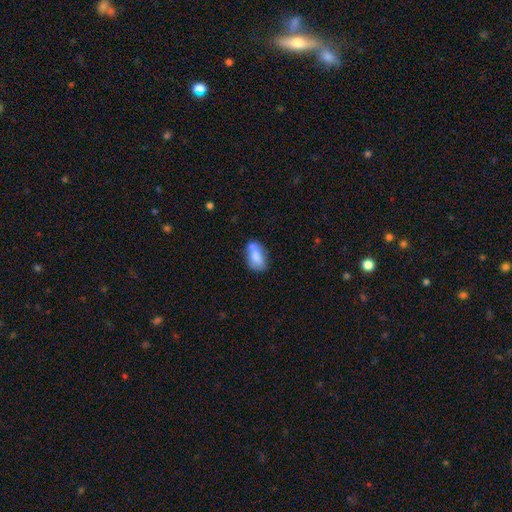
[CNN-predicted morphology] Smooth or featured: smooth — 73% (featured or disk — 19%)
How rounded: in between — 88% (round — 9%)
Merging: none — 45% (merger — 26%)